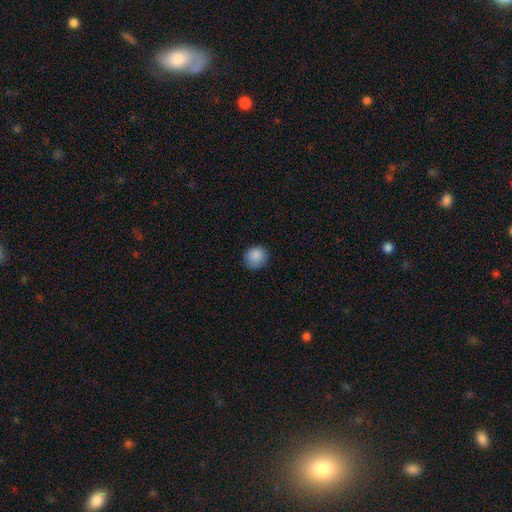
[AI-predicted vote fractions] Smooth or featured: smooth — 88% (star or artifact — 9%)
How rounded: round — 85% (in between — 14%)
Merging: none — 84% (minor disturbance — 12%)